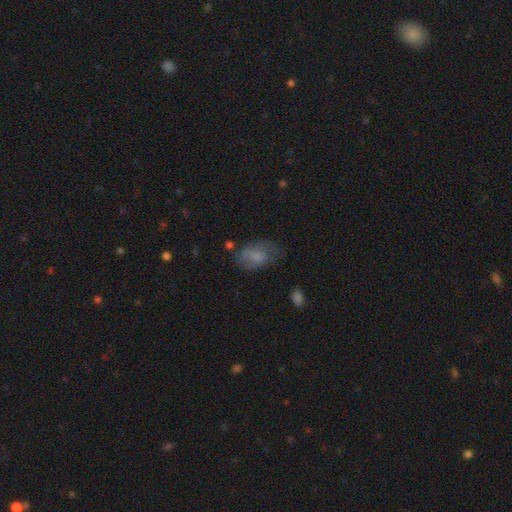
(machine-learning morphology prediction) smooth_or_featured: smooth (p=0.61) [alt: featured or disk p=0.30]
how_rounded: in between (p=0.88) [alt: round p=0.10]
merging: none (p=0.57) [alt: minor disturbance p=0.26]